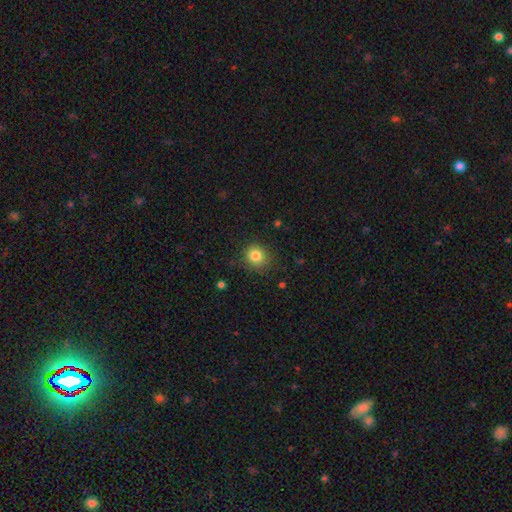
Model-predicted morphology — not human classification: Smooth or featured? smooth (83%)
How rounded? round (86%)
Merging? none (84%)